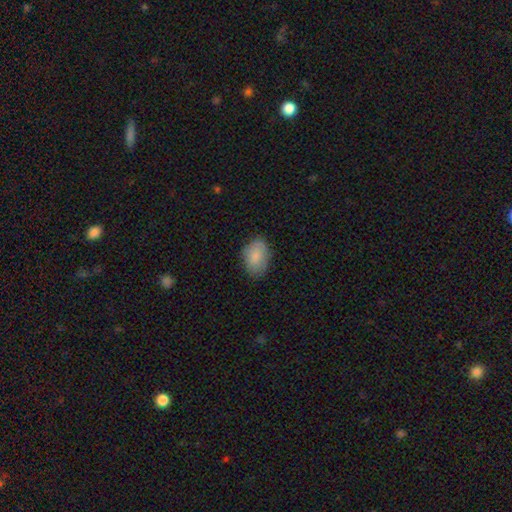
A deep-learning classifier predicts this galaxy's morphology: Q: Smooth or featured?
A: smooth (84%); runner-up: featured or disk (9%)
Q: How rounded?
A: in between (85%); runner-up: round (13%)
Q: Merging?
A: none (77%); runner-up: minor disturbance (18%)